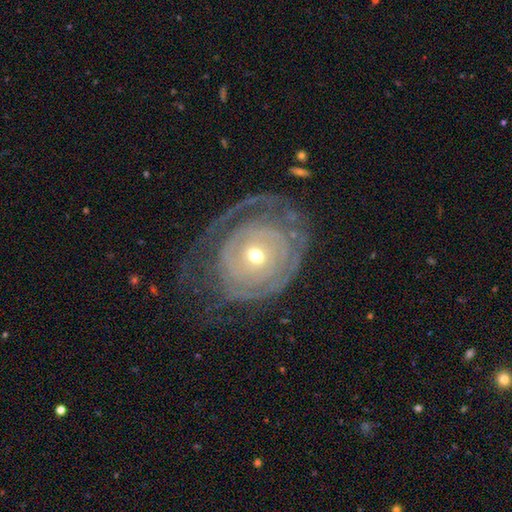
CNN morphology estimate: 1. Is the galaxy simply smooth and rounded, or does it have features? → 85% featured or disk, 9% smooth, 6% star or artifact.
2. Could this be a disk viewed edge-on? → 97% no, 3% yes.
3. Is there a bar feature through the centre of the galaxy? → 60% no, 29% weak, 10% strong.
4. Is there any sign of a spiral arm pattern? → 89% yes, 11% no.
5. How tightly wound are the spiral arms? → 68% tight, 21% medium, 11% loose.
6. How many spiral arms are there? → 37% 2, 31% can't tell, 11% 3, 9% 1, 7% 4, 6% more than 4.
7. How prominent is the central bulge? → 51% small, 44% moderate, 2% large, 1% dominant, 1% none.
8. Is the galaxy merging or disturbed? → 60% none, 21% major disturbance, 17% minor disturbance, 2% merger.